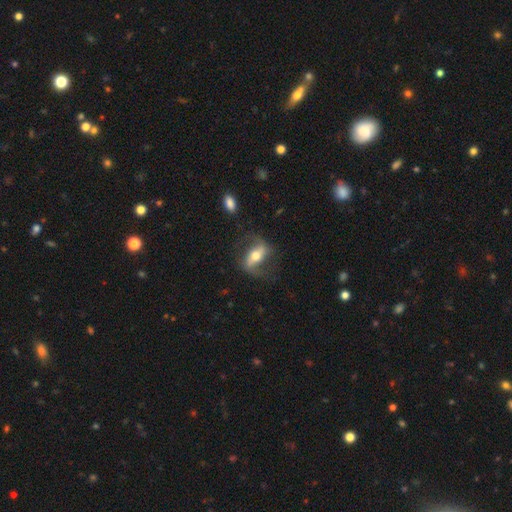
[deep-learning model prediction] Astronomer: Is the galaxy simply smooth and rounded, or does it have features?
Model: featured or disk — 74%.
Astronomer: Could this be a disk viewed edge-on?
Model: no — 87%.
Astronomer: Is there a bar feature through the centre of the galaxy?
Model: strong — 53%.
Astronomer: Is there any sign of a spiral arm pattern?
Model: yes — 86%.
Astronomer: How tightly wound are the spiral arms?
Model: loose — 63%.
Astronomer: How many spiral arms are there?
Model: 2 — 89%.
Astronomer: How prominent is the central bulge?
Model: moderate — 68%.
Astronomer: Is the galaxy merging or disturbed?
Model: none — 70%.